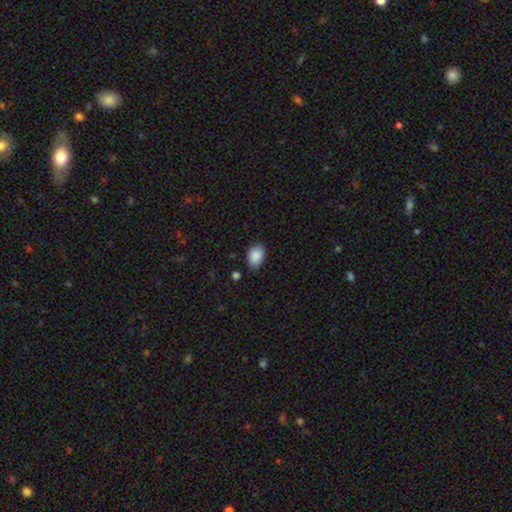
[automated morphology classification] Smooth or featured? Predicted: smooth (p=0.89). How rounded? Predicted: in between (p=0.81). Merging? Predicted: none (p=0.79).